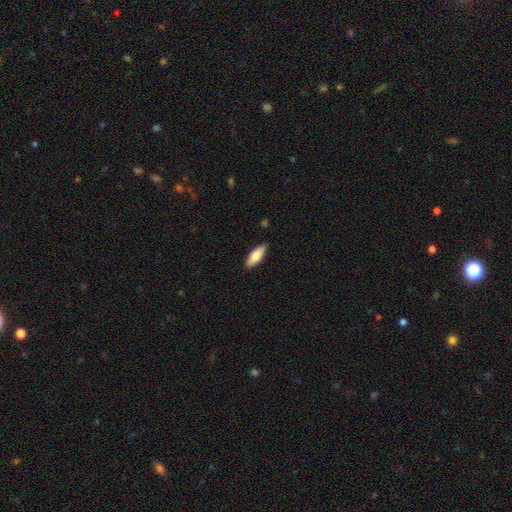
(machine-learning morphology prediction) Smooth or featured?
  - smooth: 76% *
  - featured or disk: 18%
  - star or artifact: 6%
How rounded?
  - in between: 67% *
  - cigar-shaped: 31%
  - round: 2%
Merging?
  - none: 87% *
  - minor disturbance: 10%
  - major disturbance: 2%
  - merger: 1%